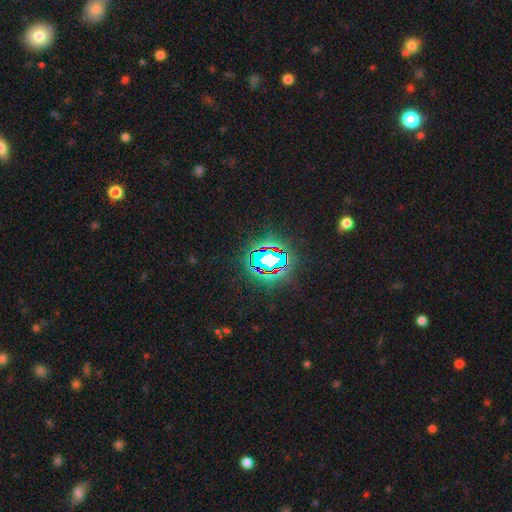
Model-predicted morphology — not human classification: This is clearly a star or artifact rather than a galaxy (84%).